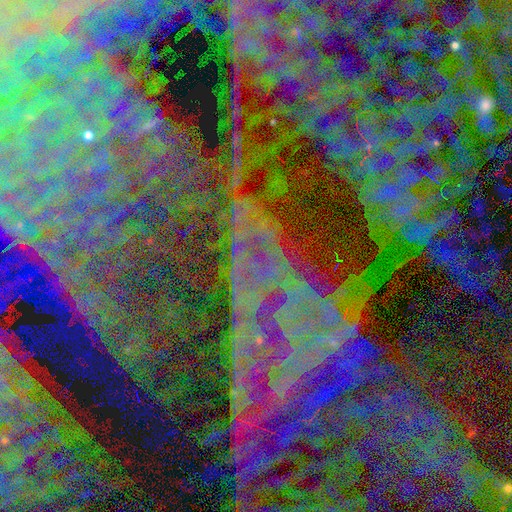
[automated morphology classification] This appears to be a star or artifact, not a galaxy (85%).